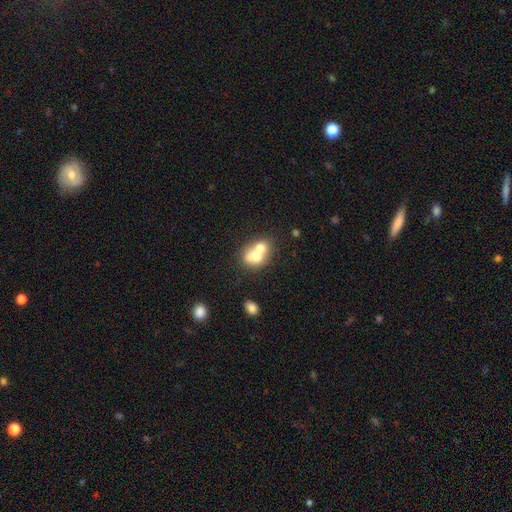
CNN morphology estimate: smooth-or-featured: smooth: 64% | featured or disk: 27% | star or artifact: 10%
  how-rounded: round: 52% | in between: 47% | cigar-shaped: 1%
  merging: merger: 69% | none: 20% | minor disturbance: 7% | major disturbance: 4%